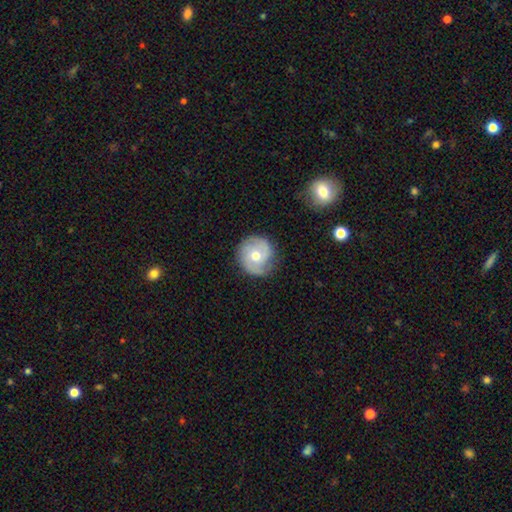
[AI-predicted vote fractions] This is likely a featured or disk galaxy (61%). It is clearly not viewed edge-on (97%). Bar: likely no (74%). Spiral arm pattern: clearly yes (85%). Spiral arm count: possibly 2 (45%). Spiral winding: possibly tight (46%). Central bulge: likely moderate (74%). Merging: likely none (76%).